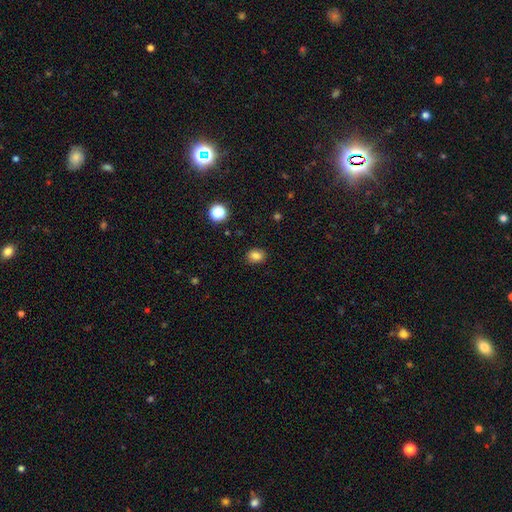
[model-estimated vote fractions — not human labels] A smooth galaxy with no disk features (83%) that is in between round and cigar-shaped (51%). Merging: none (87%).